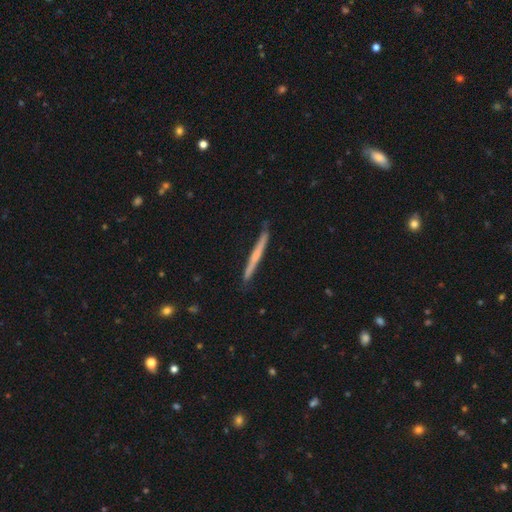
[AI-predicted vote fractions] A featured or disk galaxy (48%).

Vote fractions:
- Smooth or featured? featured or disk: 48% / smooth: 47% / star or artifact: 6%
- Merging? none: 88% / minor disturbance: 9% / major disturbance: 1% / merger: 1%